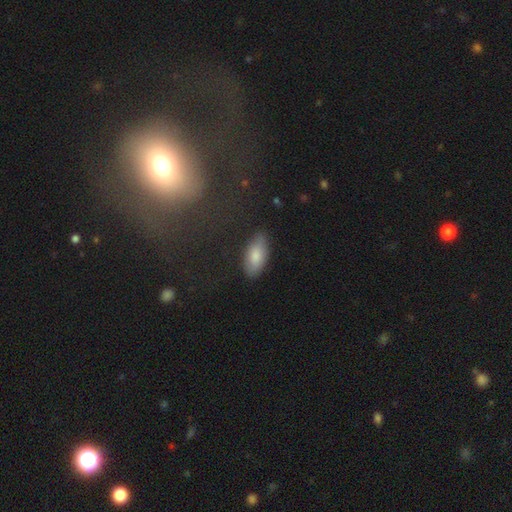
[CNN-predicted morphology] smooth 83%, featured or disk 11%, star or artifact 7%. Down the decision tree: how rounded — in between (90%); merging — none (80%).